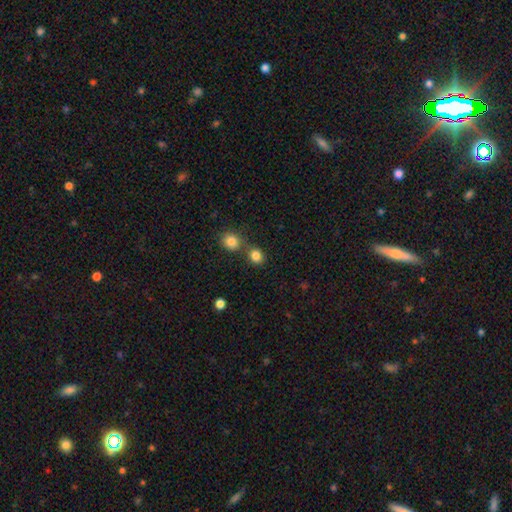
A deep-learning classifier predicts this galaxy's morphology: A smooth galaxy with no disk features (84%) that is round (72%). Merging: none (59%).